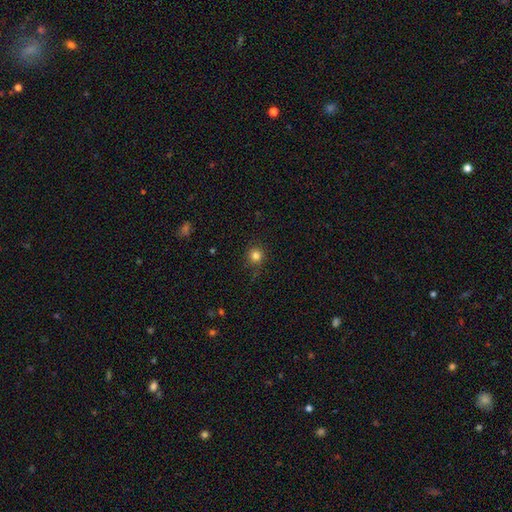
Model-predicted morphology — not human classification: Smooth or featured: smooth — 82% (star or artifact — 13%)
How rounded: round — 92% (in between — 7%)
Merging: none — 82% (minor disturbance — 12%)